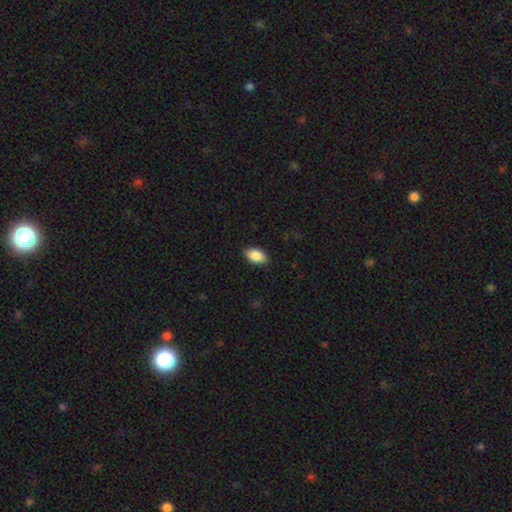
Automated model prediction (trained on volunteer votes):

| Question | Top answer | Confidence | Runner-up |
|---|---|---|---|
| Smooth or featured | smooth | 88% | star or artifact (7%) |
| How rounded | in between | 92% | round (6%) |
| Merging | none | 87% | minor disturbance (10%) |